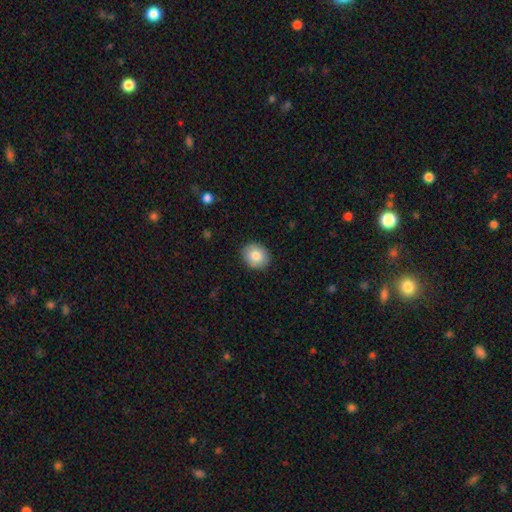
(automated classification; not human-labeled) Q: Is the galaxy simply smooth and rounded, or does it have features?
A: smooth — 83%.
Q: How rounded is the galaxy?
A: round — 67%.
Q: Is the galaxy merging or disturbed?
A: none — 89%.